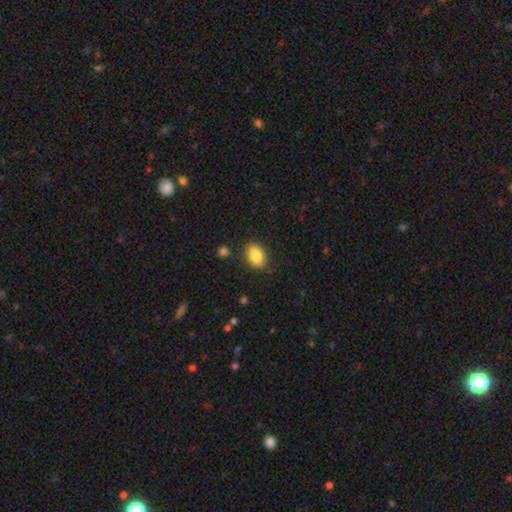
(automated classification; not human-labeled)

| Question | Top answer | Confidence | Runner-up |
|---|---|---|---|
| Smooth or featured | smooth | 84% | star or artifact (8%) |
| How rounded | in between | 82% | round (17%) |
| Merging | none | 85% | minor disturbance (11%) |